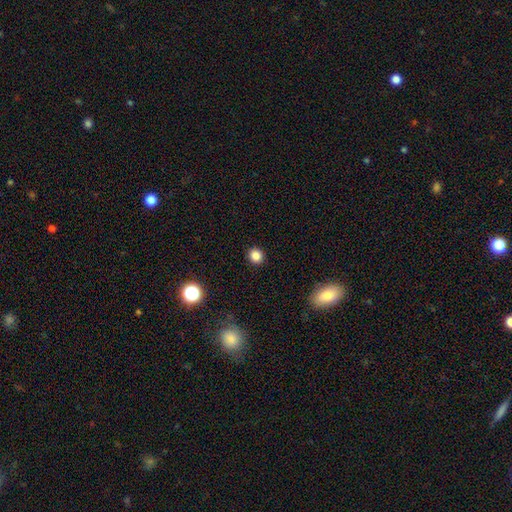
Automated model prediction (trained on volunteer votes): smooth_or_featured: smooth (p=0.84) [alt: star or artifact p=0.12]
how_rounded: round (p=0.88) [alt: in between p=0.11]
merging: none (p=0.92) [alt: minor disturbance p=0.05]